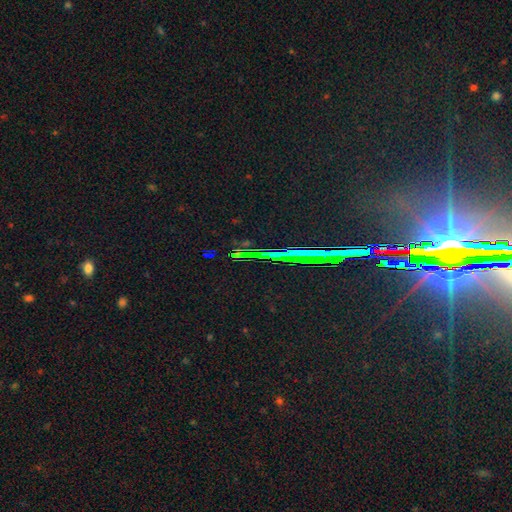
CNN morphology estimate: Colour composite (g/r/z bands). It shows a star or artifact, not a galaxy (83%).